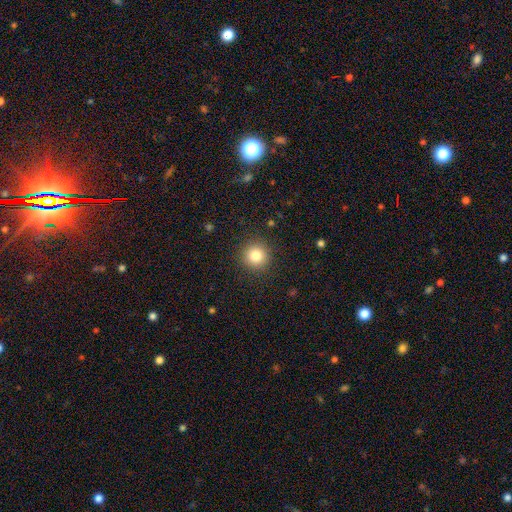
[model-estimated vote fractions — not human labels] This is clearly a smooth galaxy (83%). How rounded: clearly round (95%). Merging: clearly none (91%).